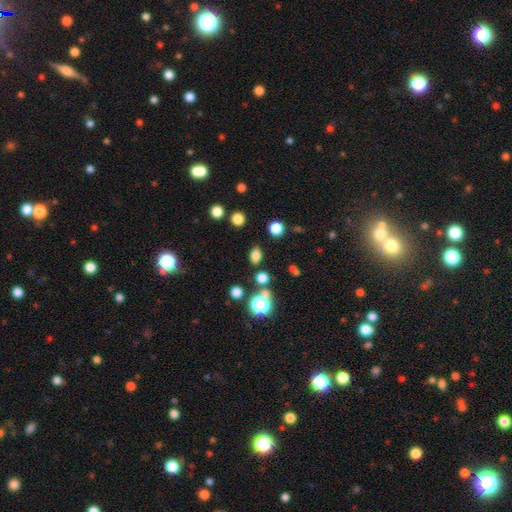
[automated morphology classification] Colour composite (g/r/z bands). It shows a smooth galaxy with no disk features (77%) that is in between round and cigar-shaped (71%). Merging: none (82%).